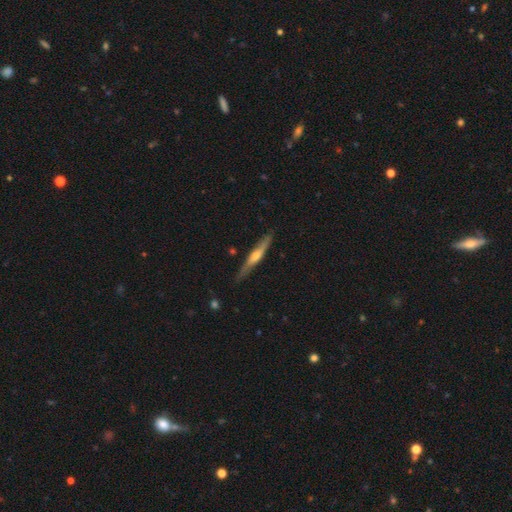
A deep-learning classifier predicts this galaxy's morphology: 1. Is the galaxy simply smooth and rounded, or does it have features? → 60% featured or disk, 34% smooth, 5% star or artifact.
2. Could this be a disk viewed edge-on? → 95% yes, 5% no.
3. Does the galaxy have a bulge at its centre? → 76% rounded, 17% none, 7% boxy.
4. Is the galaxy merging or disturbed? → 82% none, 14% minor disturbance, 2% major disturbance, 2% merger.